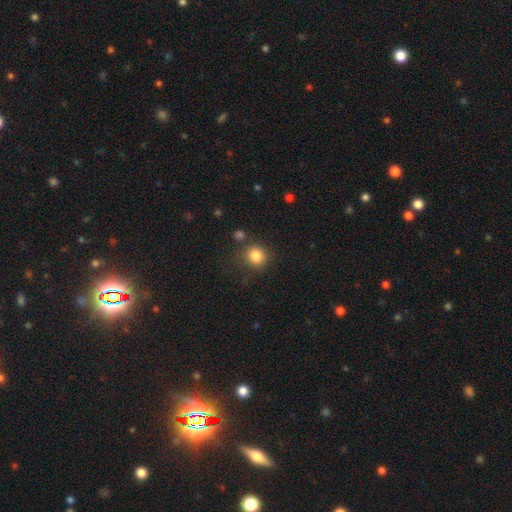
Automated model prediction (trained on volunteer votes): Smooth or featured? smooth (83%)
How rounded? round (88%)
Merging? none (79%)